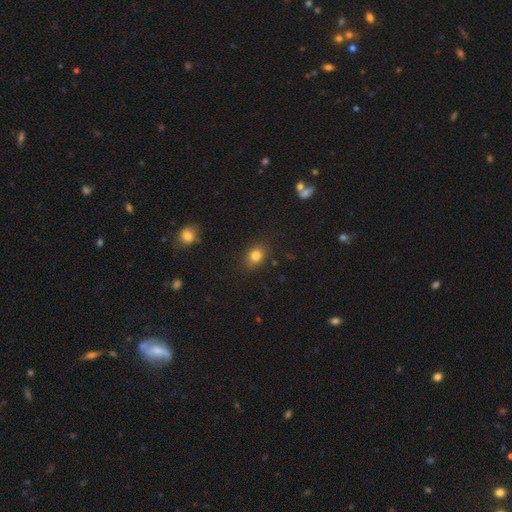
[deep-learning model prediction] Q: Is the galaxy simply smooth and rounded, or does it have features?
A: smooth — 81%.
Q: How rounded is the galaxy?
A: in between — 53%.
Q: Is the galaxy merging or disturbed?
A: none — 82%.